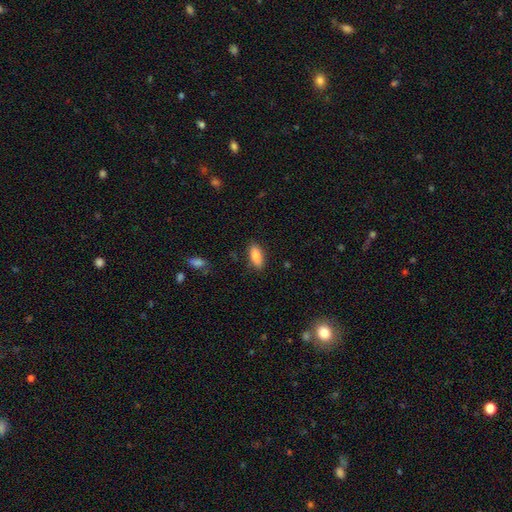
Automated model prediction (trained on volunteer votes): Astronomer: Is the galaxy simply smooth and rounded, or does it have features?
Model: smooth — 84%.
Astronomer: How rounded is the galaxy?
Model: in between — 79%.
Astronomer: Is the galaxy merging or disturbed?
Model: none — 84%.